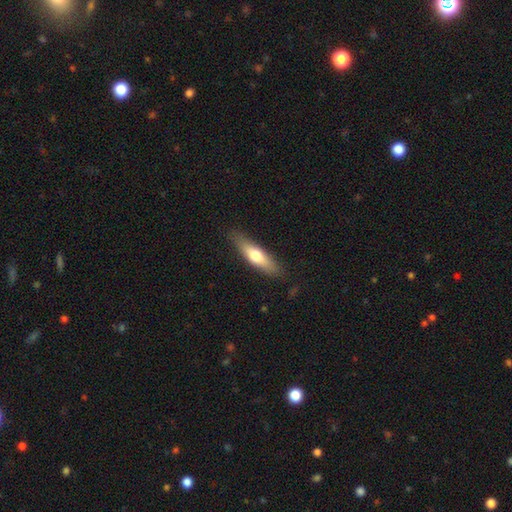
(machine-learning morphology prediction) Q: Smooth or featured?
A: smooth (61%); runner-up: featured or disk (34%)
Q: How rounded?
A: cigar-shaped (67%); runner-up: in between (31%)
Q: Merging?
A: none (84%); runner-up: minor disturbance (12%)